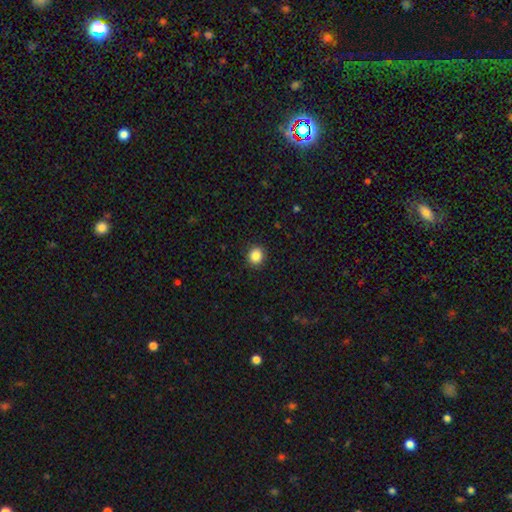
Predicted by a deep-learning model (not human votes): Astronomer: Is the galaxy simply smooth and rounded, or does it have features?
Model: smooth — 86%.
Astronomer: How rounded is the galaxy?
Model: round — 85%.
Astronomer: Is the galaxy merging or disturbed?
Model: none — 92%.